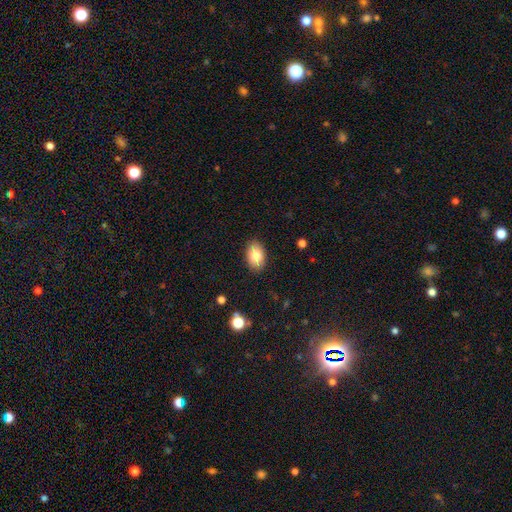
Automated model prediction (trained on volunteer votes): Smooth or featured? Predicted: smooth (p=0.81). How rounded? Predicted: in between (p=0.88). Merging? Predicted: none (p=0.88).